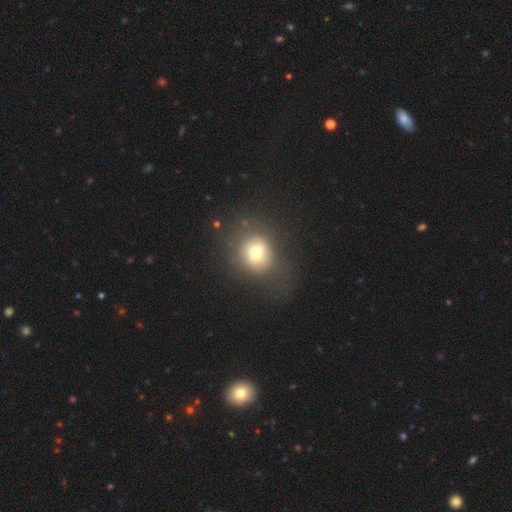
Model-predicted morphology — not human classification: Smooth or featured: smooth — 65% (featured or disk — 21%)
How rounded: round — 77% (in between — 22%)
Merging: none — 46% (merger — 26%)